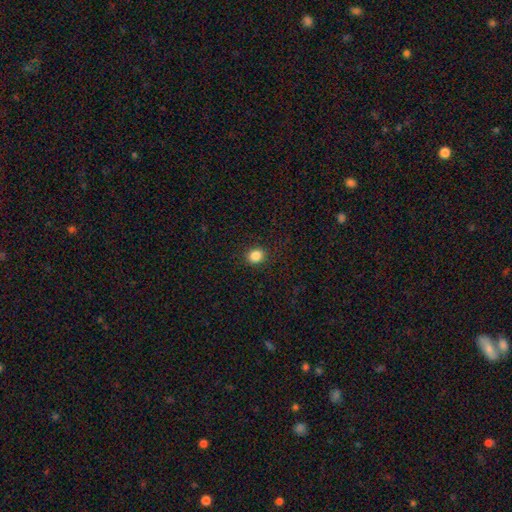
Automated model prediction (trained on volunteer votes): smooth 86%, star or artifact 11%, featured or disk 4%. Down the decision tree: how rounded — round (74%); merging — none (90%).